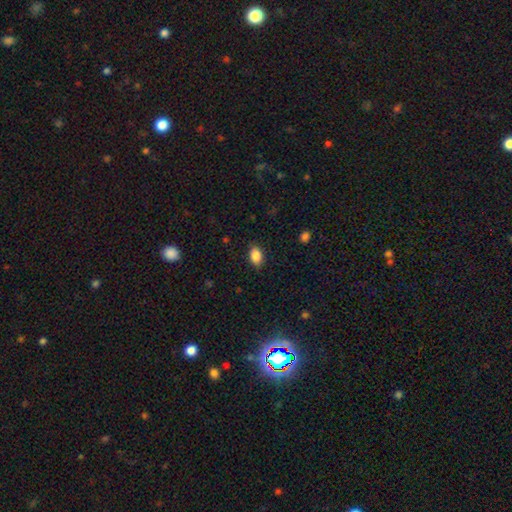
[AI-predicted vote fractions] Q: Smooth or featured?
A: smooth (86%); runner-up: star or artifact (8%)
Q: How rounded?
A: in between (86%); runner-up: round (12%)
Q: Merging?
A: none (86%); runner-up: minor disturbance (11%)